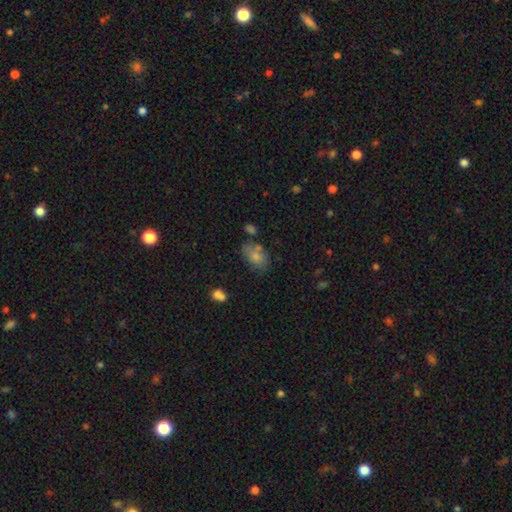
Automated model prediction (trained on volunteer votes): Smooth or featured?
  - smooth: 75% *
  - featured or disk: 17%
  - star or artifact: 9%
How rounded?
  - in between: 86% *
  - round: 12%
  - cigar-shaped: 2%
Merging?
  - none: 55% *
  - minor disturbance: 24%
  - merger: 13%
  - major disturbance: 8%